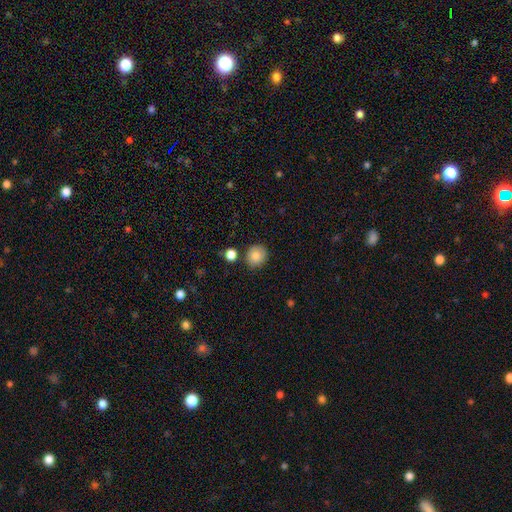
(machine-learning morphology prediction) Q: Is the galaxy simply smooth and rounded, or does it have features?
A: smooth — 84%.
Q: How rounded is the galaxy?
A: round — 82%.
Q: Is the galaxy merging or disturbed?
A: none — 82%.